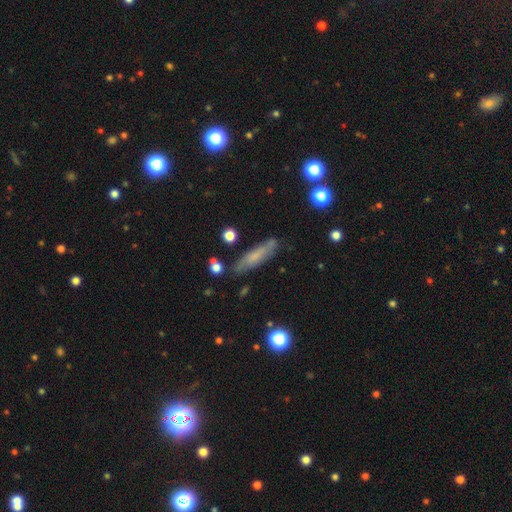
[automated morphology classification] This is likely a smooth galaxy (61%). How rounded: likely cigar-shaped (76%). Merging: likely none (78%).